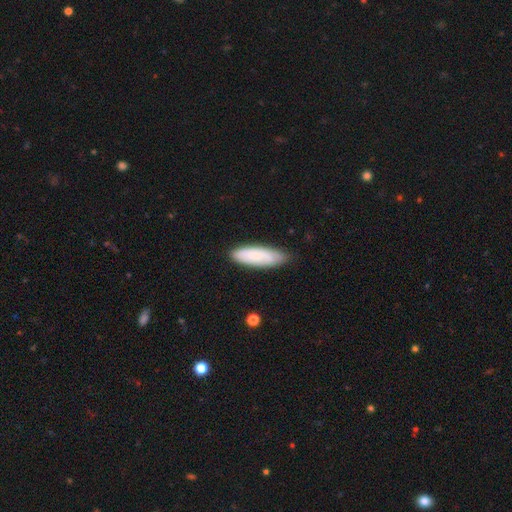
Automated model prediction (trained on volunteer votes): Smooth or featured? smooth (77%)
How rounded? in between (55%)
Merging? none (78%)